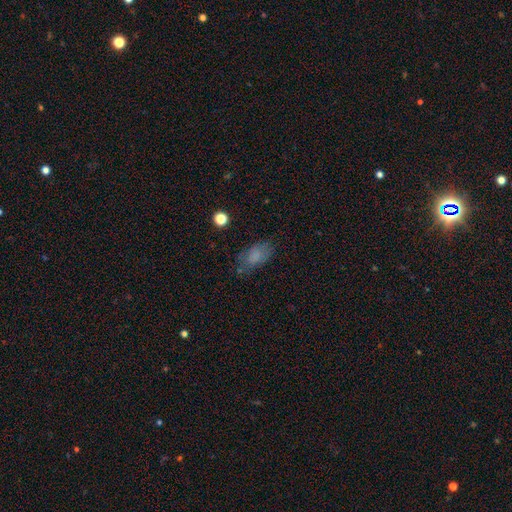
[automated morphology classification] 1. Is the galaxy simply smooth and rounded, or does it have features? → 74% smooth, 14% featured or disk, 11% star or artifact.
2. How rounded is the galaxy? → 90% in between, 6% round, 4% cigar-shaped.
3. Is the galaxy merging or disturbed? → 65% none, 23% minor disturbance, 9% major disturbance, 3% merger.